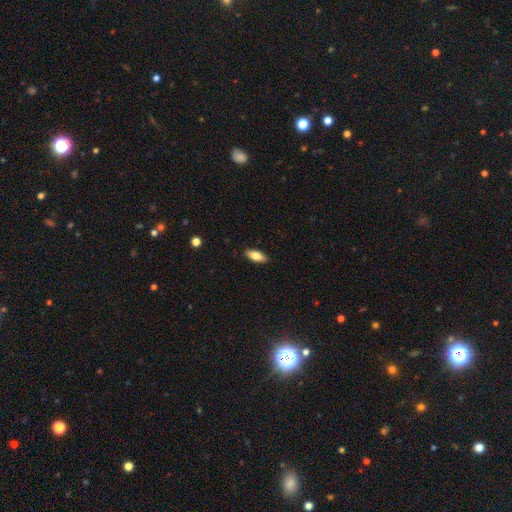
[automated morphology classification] Smooth or featured? Predicted: smooth (p=0.79). How rounded? Predicted: in between (p=0.82). Merging? Predicted: none (p=0.88).